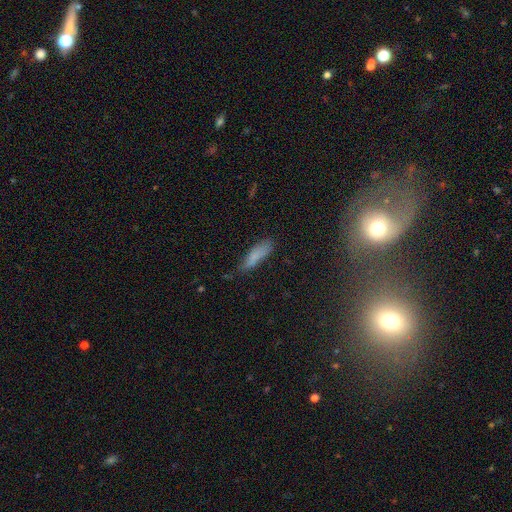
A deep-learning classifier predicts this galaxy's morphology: smooth_or_featured: smooth (p=0.78) [alt: featured or disk p=0.12]
how_rounded: cigar-shaped (p=0.64) [alt: in between p=0.34]
merging: none (p=0.62) [alt: minor disturbance p=0.28]